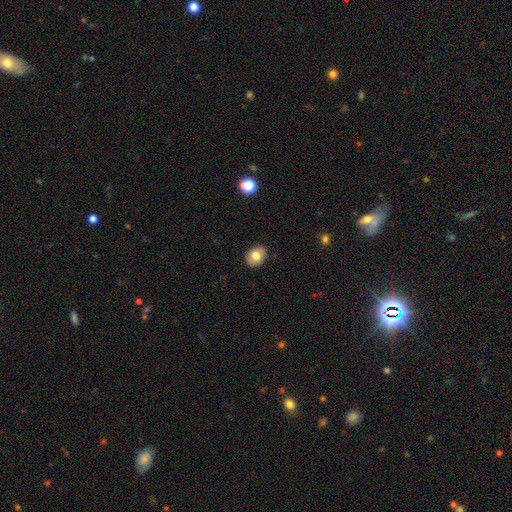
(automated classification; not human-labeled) smooth_or_featured: smooth (p=0.75) [alt: featured or disk p=0.16]
how_rounded: in between (p=0.63) [alt: round p=0.36]
merging: none (p=0.86) [alt: minor disturbance p=0.11]